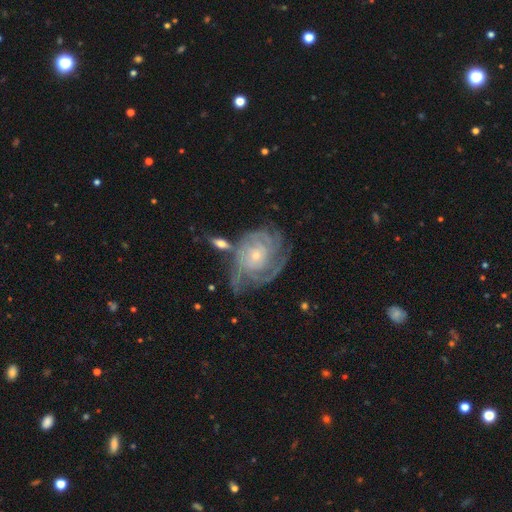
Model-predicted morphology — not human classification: Smooth or featured? featured or disk (86%)
Edge-on disk? no (97%)
Bar? no (77%)
Spiral arms? yes (95%)
Spiral winding? tight (72%)
Spiral arm count? can't tell (31%)
Bulge size? small (73%)
Merging? none (53%)